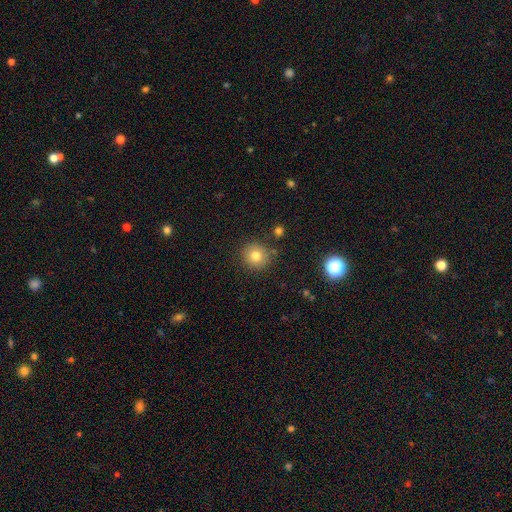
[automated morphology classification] This is likely a smooth galaxy (78%). How rounded: clearly round (92%). Merging: clearly none (85%).